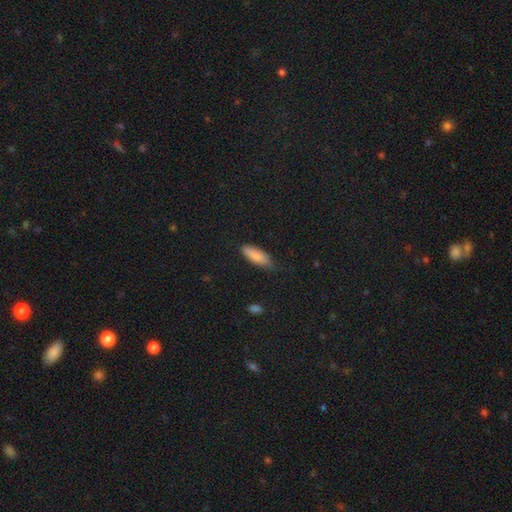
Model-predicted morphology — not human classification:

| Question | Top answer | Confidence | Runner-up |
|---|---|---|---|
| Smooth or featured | smooth | 86% | featured or disk (7%) |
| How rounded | in between | 65% | cigar-shaped (33%) |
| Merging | none | 69% | minor disturbance (25%) |